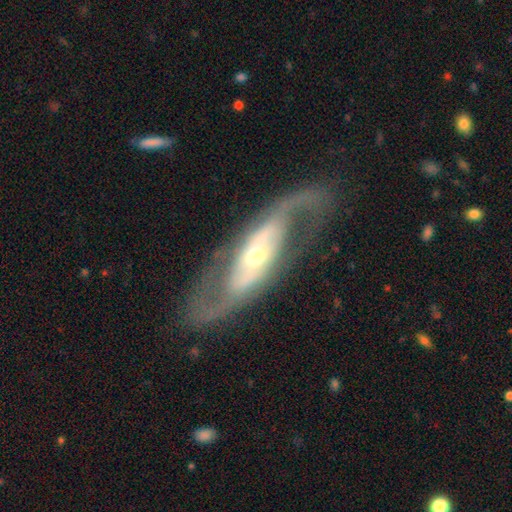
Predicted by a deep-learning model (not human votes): smooth-or-featured: featured or disk: 87% | smooth: 8% | star or artifact: 5%
  disk-edge-on: no: 90% | yes: 10%
    bar: no: 40% | strong: 33% | weak: 28%
    has-spiral-arms: yes: 90% | no: 10%
      spiral-winding: medium: 43% | loose: 41% | tight: 16%
      spiral-arm-count: 2: 90% | can't tell: 4% | 1: 3% | 3: 1% | 4: 1% | more than 4: 1%
    bulge-size: moderate: 50% | small: 42% | large: 6% | dominant: 1% | none: 1%
  merging: none: 76% | minor disturbance: 13% | major disturbance: 10% | merger: 2%